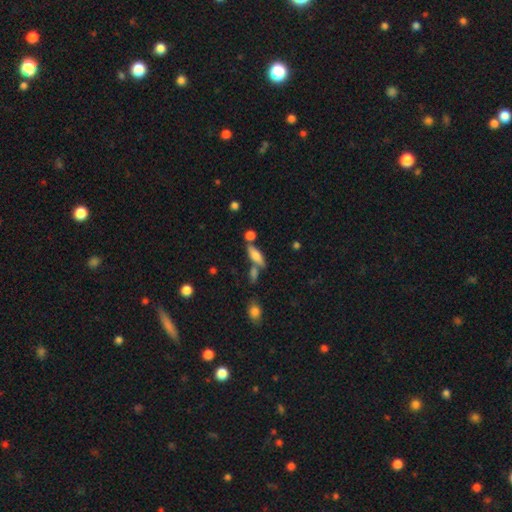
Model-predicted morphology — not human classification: smooth 61%, featured or disk 30%, star or artifact 8%. Down the decision tree: how rounded — cigar-shaped (48%, tied with in between); merging — none (62%).